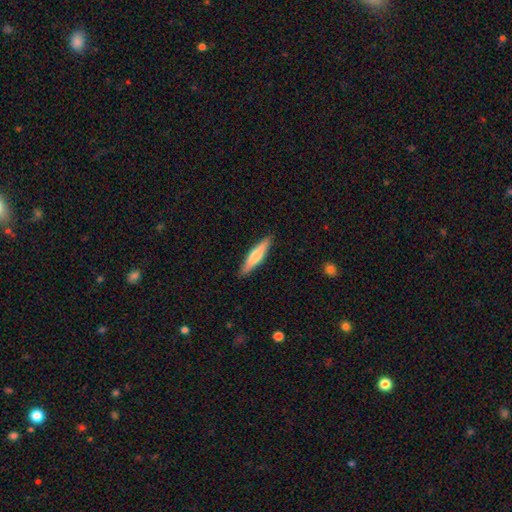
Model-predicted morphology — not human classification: smooth_or_featured: smooth (p=0.62) [alt: featured or disk p=0.32]
how_rounded: cigar-shaped (p=0.85) [alt: in between p=0.14]
merging: none (p=0.89) [alt: minor disturbance p=0.08]